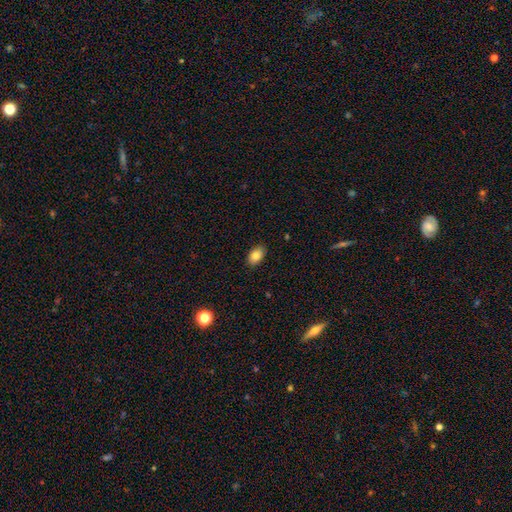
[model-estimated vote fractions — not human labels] The model was most divided on "smooth or featured": smooth: 83%, featured or disk: 9%, star or artifact: 8%. More confident: how rounded — in between (90%); merging — none (88%).